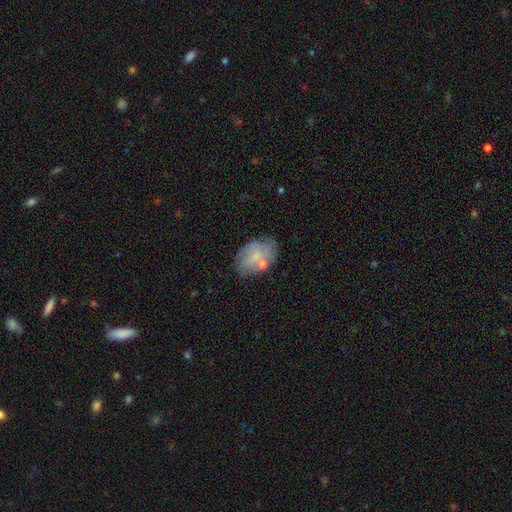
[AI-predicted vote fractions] Overall: smooth (59%; featured or disk 32%). How rounded: in between (83%). Merging: none (56%; minor disturbance 25%).